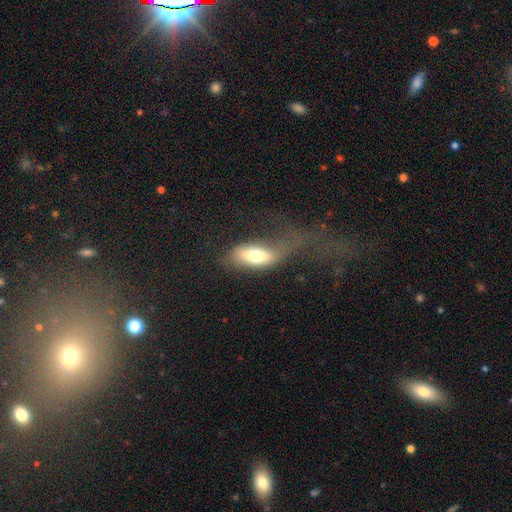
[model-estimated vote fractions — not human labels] Smooth or featured: smooth — 69% (featured or disk — 24%)
How rounded: in between — 81% (cigar-shaped — 15%)
Merging: major disturbance — 53% (none — 22%)